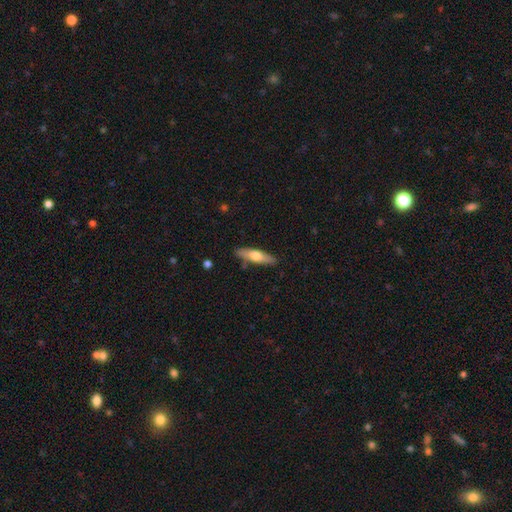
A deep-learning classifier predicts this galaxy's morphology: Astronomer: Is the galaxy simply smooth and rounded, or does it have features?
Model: smooth — 57% (runner-up: featured or disk, 38%).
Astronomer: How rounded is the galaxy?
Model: cigar-shaped — 70%.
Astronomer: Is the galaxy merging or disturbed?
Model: none — 84%.